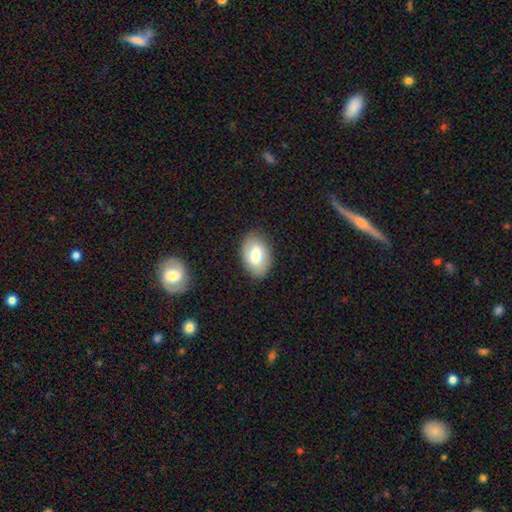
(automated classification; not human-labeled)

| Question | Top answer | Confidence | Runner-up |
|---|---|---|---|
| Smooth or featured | smooth | 68% | featured or disk (25%) |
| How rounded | in between | 88% | round (11%) |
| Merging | none | 86% | minor disturbance (11%) |